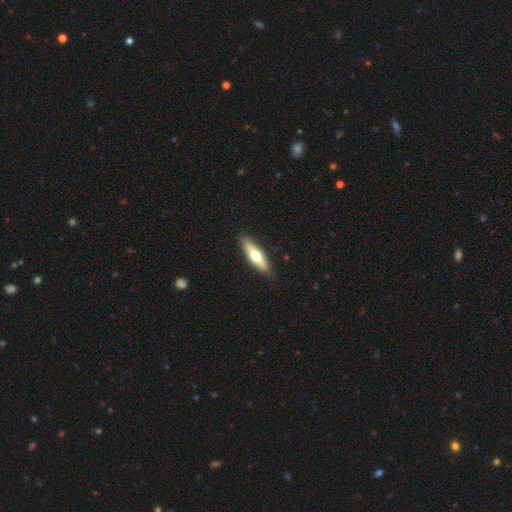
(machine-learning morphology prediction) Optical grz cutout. It shows a smooth galaxy with no disk features (52%) that is cigar-shaped (58%). Merging: none (88%).